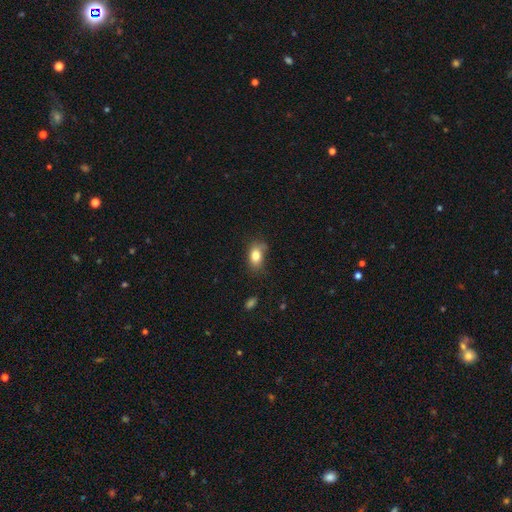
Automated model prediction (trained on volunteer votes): This appears to be a smooth galaxy with no disk features (82%) that is in between round and cigar-shaped (83%). Merging: none (61%).